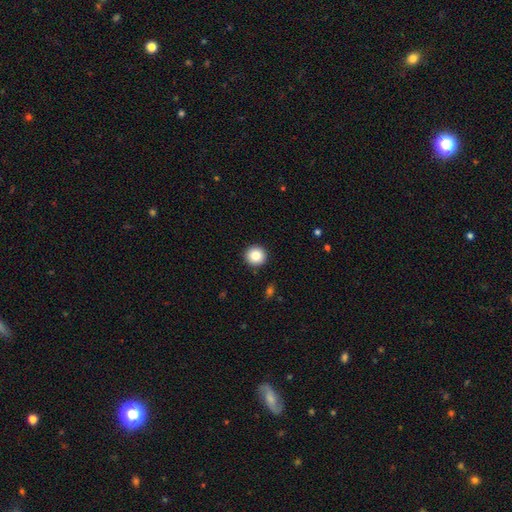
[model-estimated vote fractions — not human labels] A smooth galaxy with no disk features (86%) that is round (95%). Merging: none (92%).